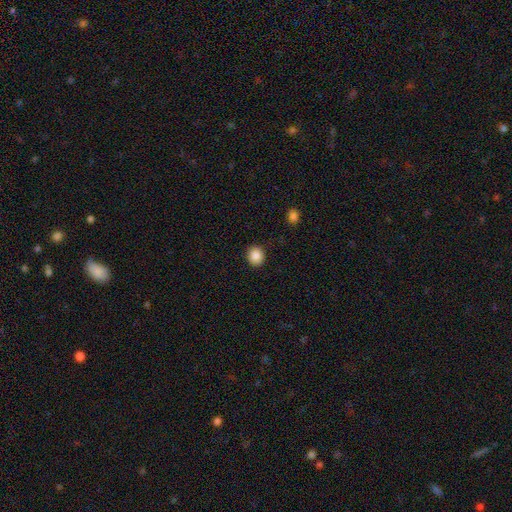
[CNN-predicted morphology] This appears to be a smooth galaxy with no disk features (88%) that is round (81%). Merging: none (91%).